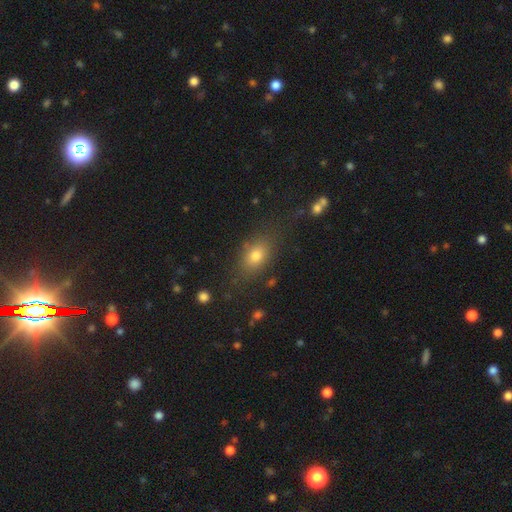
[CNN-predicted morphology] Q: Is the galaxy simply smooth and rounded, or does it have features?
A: smooth — 75%.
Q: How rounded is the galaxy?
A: in between — 76%.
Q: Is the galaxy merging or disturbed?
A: none — 77%.